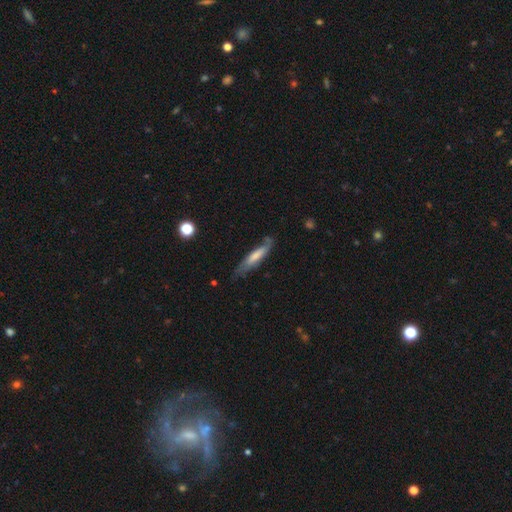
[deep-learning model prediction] smooth 57%, featured or disk 37%, star or artifact 6%. Down the decision tree: how rounded — cigar-shaped (82%); merging — none (63%).